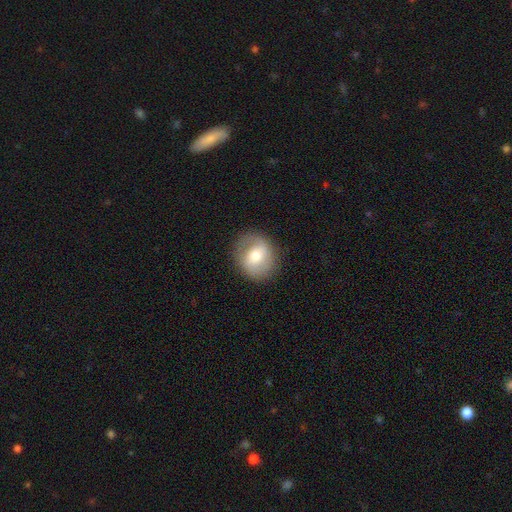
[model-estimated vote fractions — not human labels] Morphology: type=smooth (49%); merging=none (82%).